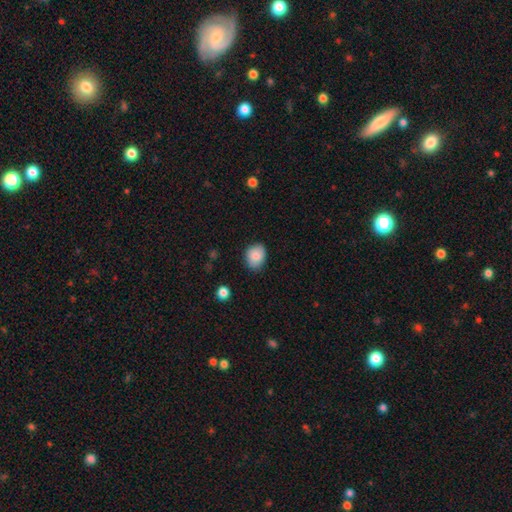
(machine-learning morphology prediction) A smooth galaxy with no disk features (83%) that is in between round and cigar-shaped (53%). Merging: none (80%).